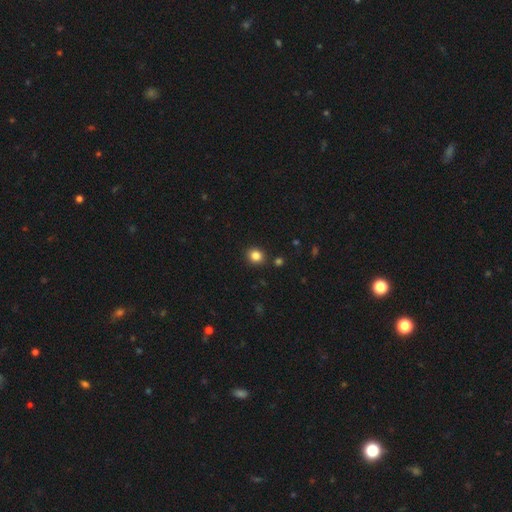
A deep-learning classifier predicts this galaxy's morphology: smooth_or_featured: smooth (p=0.84) [alt: star or artifact p=0.12]
how_rounded: round (p=0.78) [alt: in between p=0.21]
merging: none (p=0.89) [alt: minor disturbance p=0.07]